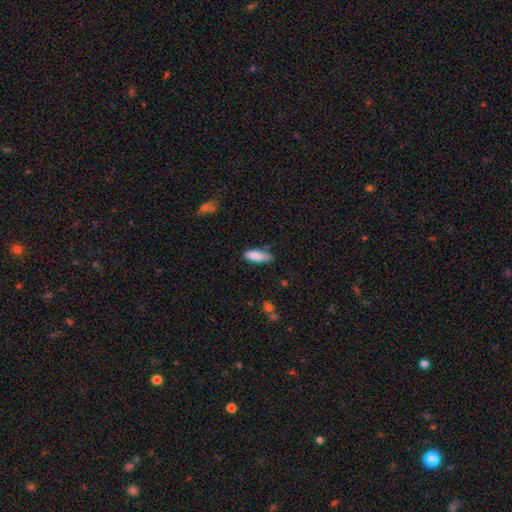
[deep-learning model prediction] Morphology: type=smooth (87%); roundness=in between (60%); merging=none (71%).